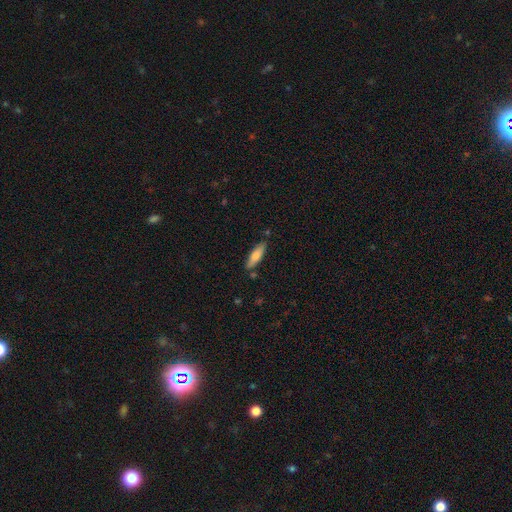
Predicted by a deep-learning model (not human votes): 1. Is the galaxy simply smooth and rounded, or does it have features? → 68% smooth, 26% featured or disk, 6% star or artifact.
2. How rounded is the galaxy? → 57% cigar-shaped, 41% in between, 2% round.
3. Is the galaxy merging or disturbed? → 82% none, 12% minor disturbance, 4% merger, 2% major disturbance.